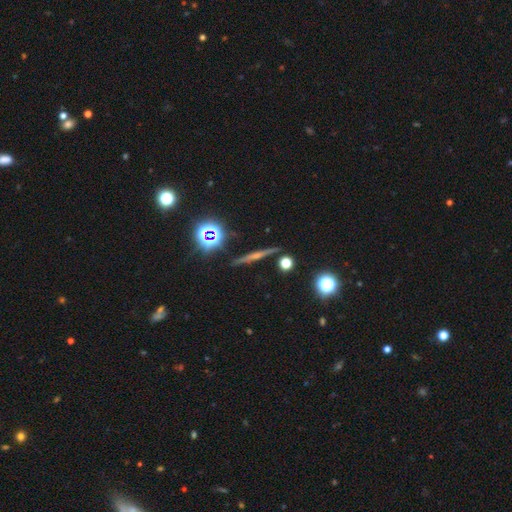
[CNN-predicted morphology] This is likely a featured or disk galaxy (62%). It is clearly viewed edge-on (96%). Edge-on bulge: likely rounded (66%). Merging: clearly none (90%).